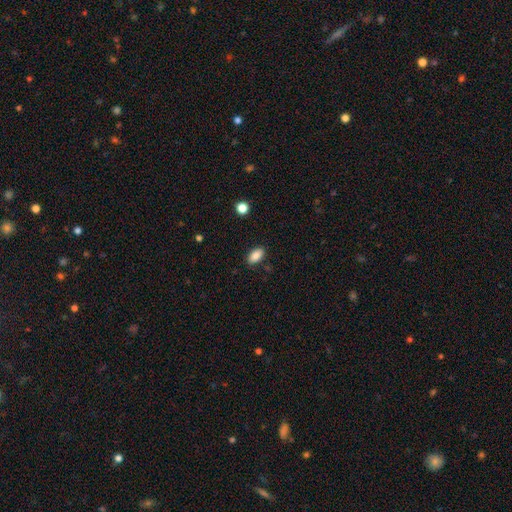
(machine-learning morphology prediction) Overall: smooth (87%). How rounded: in between (92%). Merging: none (87%).